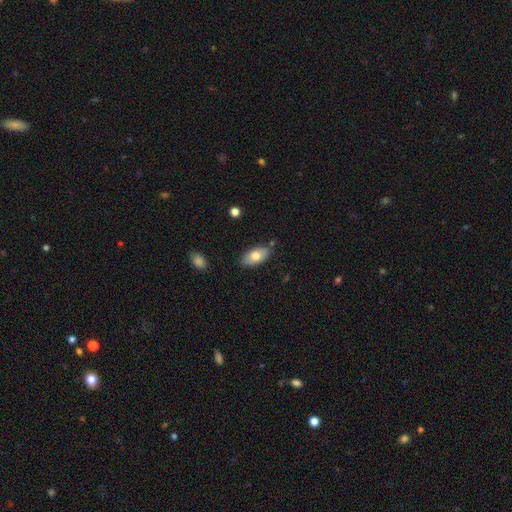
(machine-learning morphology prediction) Smooth or featured: smooth — 73% (featured or disk — 20%)
How rounded: in between — 92% (cigar-shaped — 4%)
Merging: none — 79% (minor disturbance — 15%)